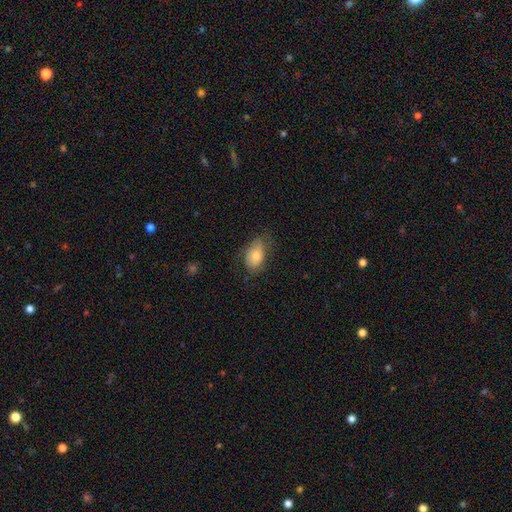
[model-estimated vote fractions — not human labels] Smooth or featured? Predicted: smooth (p=0.74). How rounded? Predicted: in between (p=0.90). Merging? Predicted: none (p=0.64).